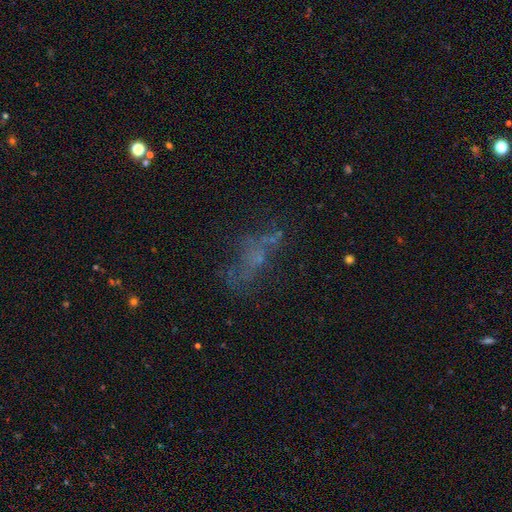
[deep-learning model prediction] featured or disk 38%, smooth 31%, star or artifact 31%. Down the decision tree: merging — none (48%).